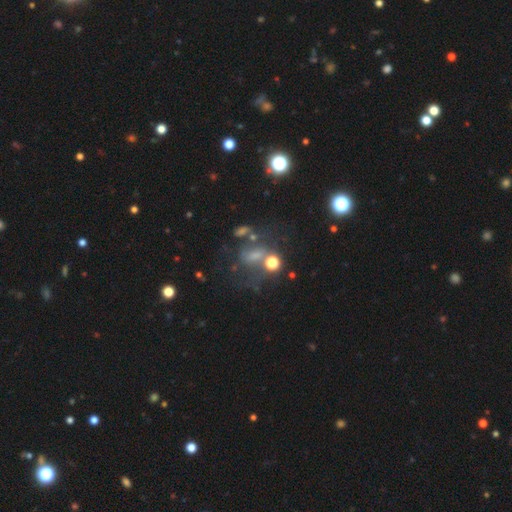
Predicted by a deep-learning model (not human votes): Morphology: type=smooth (36%); merging=none (40%).